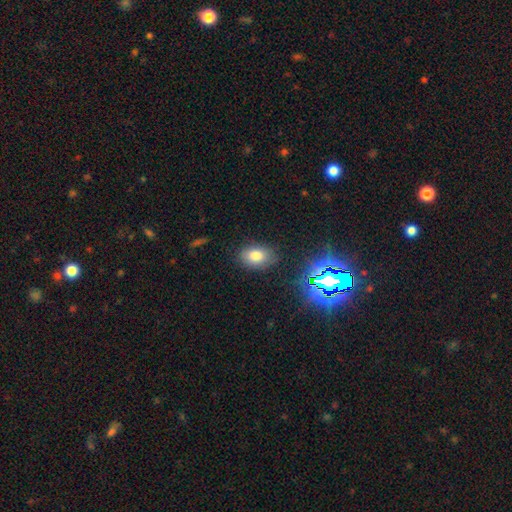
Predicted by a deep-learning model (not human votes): Q: Smooth or featured?
A: smooth (78%); runner-up: star or artifact (14%)
Q: How rounded?
A: in between (84%); runner-up: round (15%)
Q: Merging?
A: none (82%); runner-up: minor disturbance (13%)